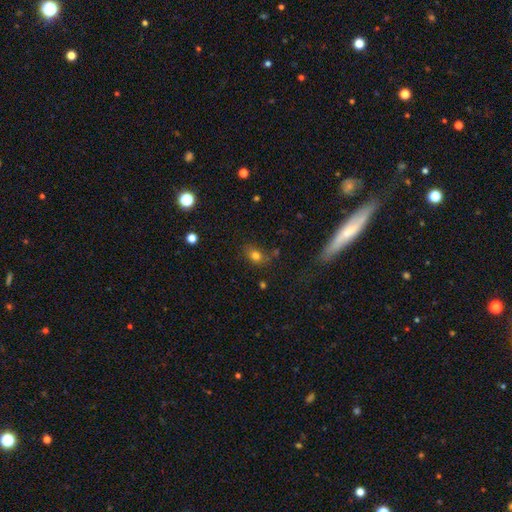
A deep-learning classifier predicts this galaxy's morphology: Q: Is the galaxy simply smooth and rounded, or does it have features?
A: smooth — 76%.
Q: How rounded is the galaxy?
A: in between — 52%.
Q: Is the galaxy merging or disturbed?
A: none — 66%.